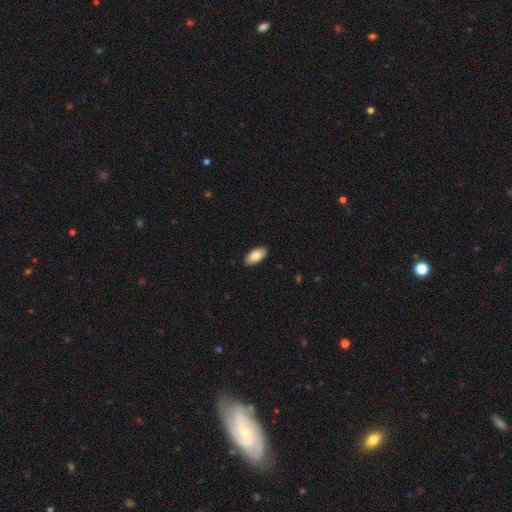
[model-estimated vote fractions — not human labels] Q: Smooth or featured?
A: smooth (84%); runner-up: featured or disk (10%)
Q: How rounded?
A: in between (93%); runner-up: cigar-shaped (5%)
Q: Merging?
A: none (88%); runner-up: minor disturbance (9%)